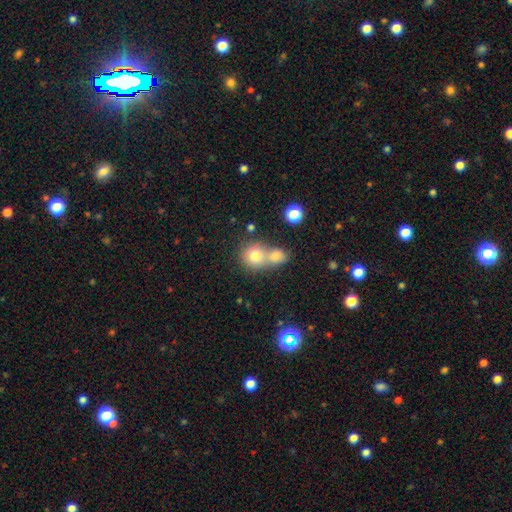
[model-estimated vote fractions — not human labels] Q: Smooth or featured?
A: smooth (77%); runner-up: featured or disk (11%)
Q: How rounded?
A: round (81%); runner-up: in between (18%)
Q: Merging?
A: merger (55%); runner-up: none (35%)